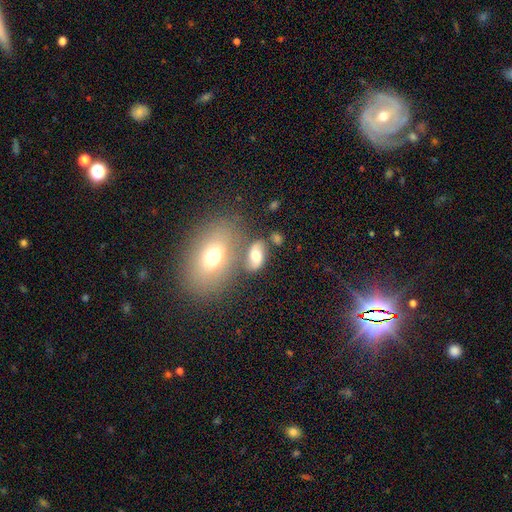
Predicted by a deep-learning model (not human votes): A smooth galaxy with no disk features (57%) that is in between round and cigar-shaped (88%).

Vote fractions:
- Smooth or featured? smooth: 57% / featured or disk: 33% / star or artifact: 10%
- How rounded? in between: 88% / round: 9% / cigar-shaped: 3%
- Merging? none: 53% / merger: 22% / minor disturbance: 17% / major disturbance: 9%